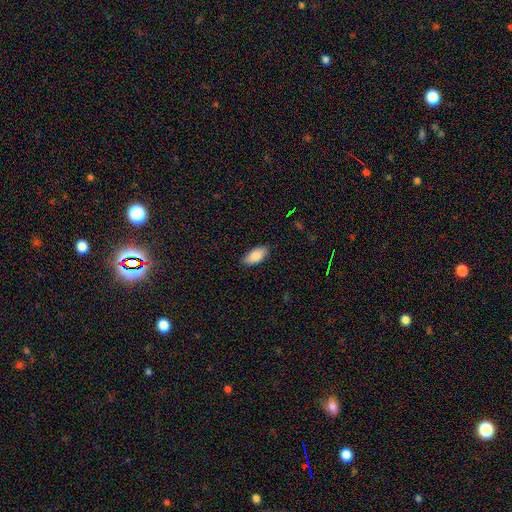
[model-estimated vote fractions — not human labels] Smooth or featured? smooth (88%)
How rounded? in between (92%)
Merging? none (86%)